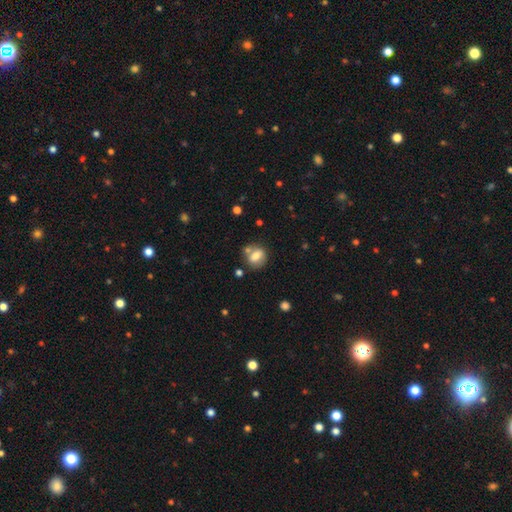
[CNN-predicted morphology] A smooth galaxy with no disk features (70%) that is round (56%).

Vote fractions:
- Smooth or featured? smooth: 70% / featured or disk: 20% / star or artifact: 9%
- How rounded? round: 56% / in between: 42% / cigar-shaped: 2%
- Merging? none: 56% / merger: 23% / minor disturbance: 15% / major disturbance: 5%